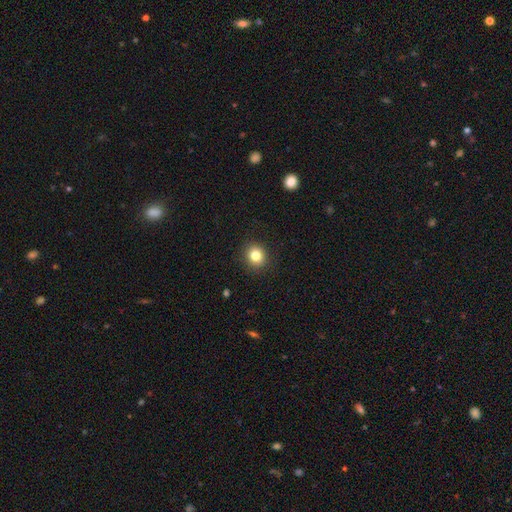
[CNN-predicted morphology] smooth_or_featured: smooth (p=0.82) [alt: star or artifact p=0.12]
how_rounded: round (p=0.85) [alt: in between p=0.14]
merging: none (p=0.90) [alt: minor disturbance p=0.06]